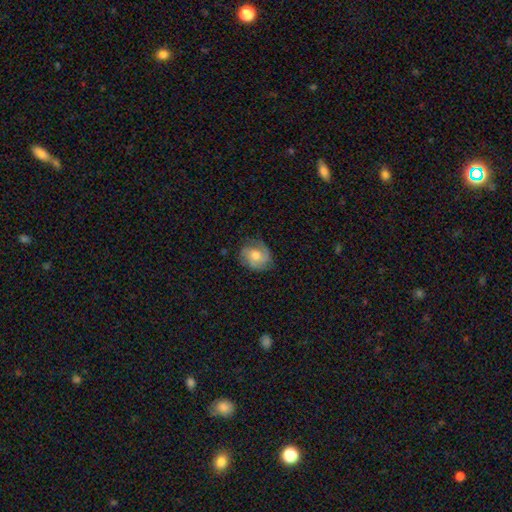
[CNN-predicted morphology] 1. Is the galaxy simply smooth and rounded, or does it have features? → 48% featured or disk, 45% smooth, 8% star or artifact.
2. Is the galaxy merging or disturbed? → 70% none, 21% minor disturbance, 8% major disturbance, 1% merger.